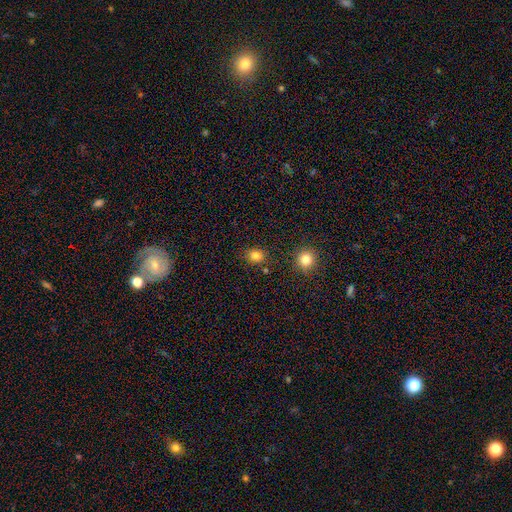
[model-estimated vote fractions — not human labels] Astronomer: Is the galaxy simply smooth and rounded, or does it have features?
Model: smooth — 82%.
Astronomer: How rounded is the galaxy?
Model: round — 71%.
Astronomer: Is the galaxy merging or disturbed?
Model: none — 81%.